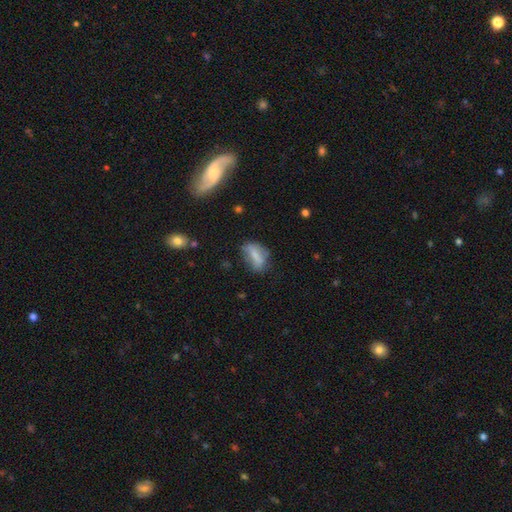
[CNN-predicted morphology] Smooth or featured?
  - smooth: 64% *
  - featured or disk: 26%
  - star or artifact: 10%
How rounded?
  - in between: 75% *
  - cigar-shaped: 17%
  - round: 8%
Merging?
  - none: 54% *
  - minor disturbance: 28%
  - major disturbance: 14%
  - merger: 4%